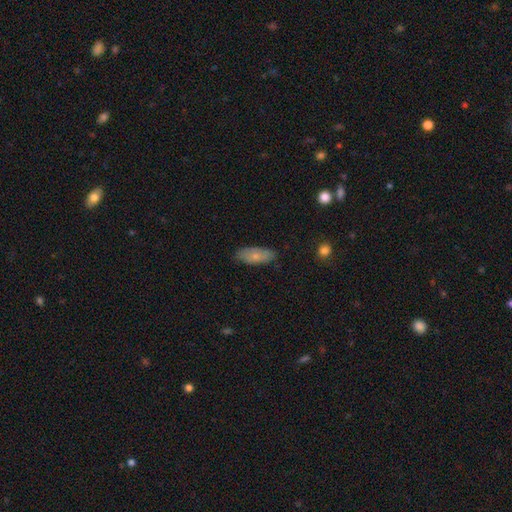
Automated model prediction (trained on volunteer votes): This is likely a smooth galaxy (72%). How rounded: likely in between (78%). Merging: clearly none (80%).